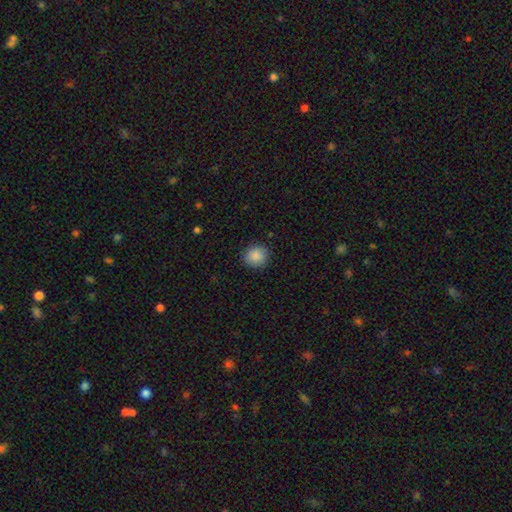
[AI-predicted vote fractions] Q: Smooth or featured?
A: smooth (88%); runner-up: star or artifact (9%)
Q: How rounded?
A: round (90%); runner-up: in between (10%)
Q: Merging?
A: none (90%); runner-up: minor disturbance (7%)